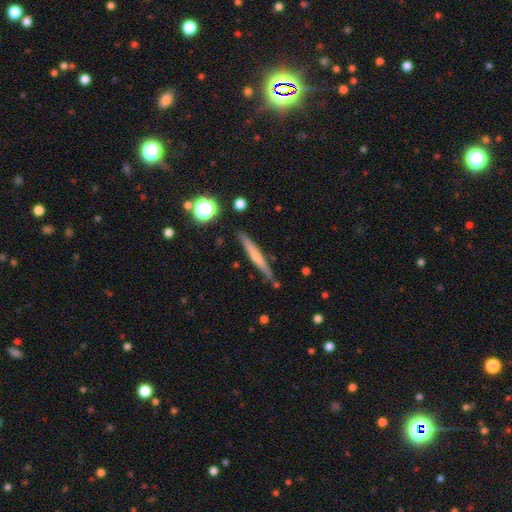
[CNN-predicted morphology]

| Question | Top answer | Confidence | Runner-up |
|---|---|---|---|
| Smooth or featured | smooth | 48% | featured or disk (44%) |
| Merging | none | 84% | minor disturbance (11%) |